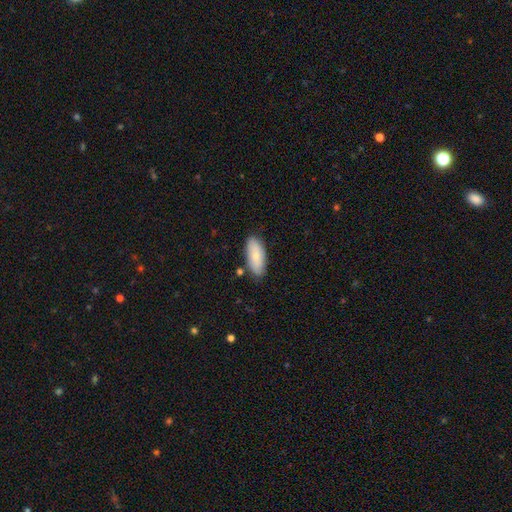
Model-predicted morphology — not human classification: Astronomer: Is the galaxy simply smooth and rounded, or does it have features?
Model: smooth — 73%.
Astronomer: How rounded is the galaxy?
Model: in between — 86%.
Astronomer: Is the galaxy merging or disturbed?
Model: none — 80%.